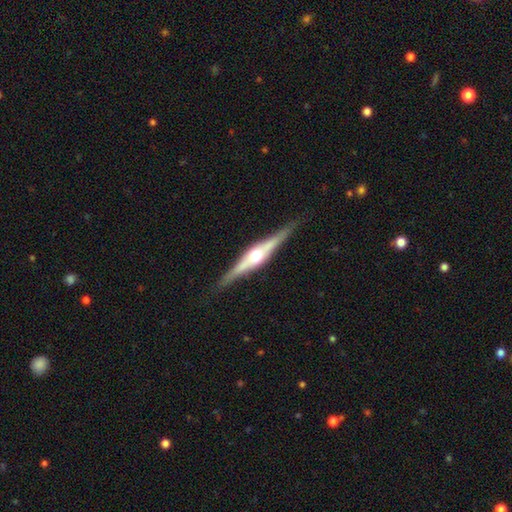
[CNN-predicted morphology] Q: Smooth or featured?
A: featured or disk (79%); runner-up: smooth (16%)
Q: Edge-on disk?
A: yes (98%); runner-up: no (2%)
Q: Edge-on bulge?
A: rounded (91%); runner-up: boxy (7%)
Q: Merging?
A: none (88%); runner-up: minor disturbance (9%)